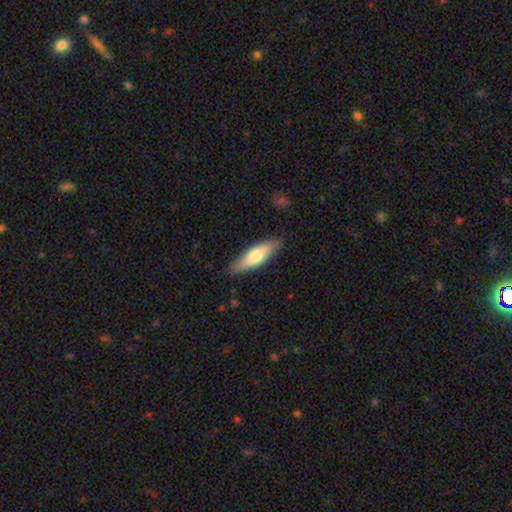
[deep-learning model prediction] A smooth galaxy with no disk features (68%) that is cigar-shaped (58%).

Vote fractions:
- Smooth or featured? smooth: 68% / featured or disk: 27% / star or artifact: 5%
- How rounded? cigar-shaped: 58% / in between: 40% / round: 2%
- Merging? none: 85% / minor disturbance: 11% / major disturbance: 2% / merger: 1%